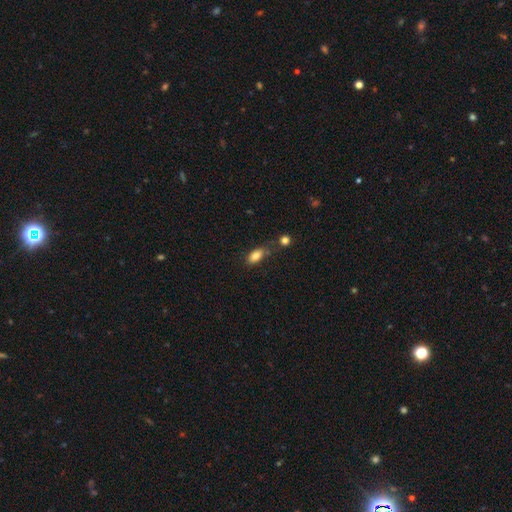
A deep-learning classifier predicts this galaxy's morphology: Smooth or featured?
  - smooth: 83% *
  - star or artifact: 9%
  - featured or disk: 8%
How rounded?
  - in between: 87% *
  - cigar-shaped: 7%
  - round: 6%
Merging?
  - none: 58% *
  - minor disturbance: 22%
  - merger: 12%
  - major disturbance: 8%